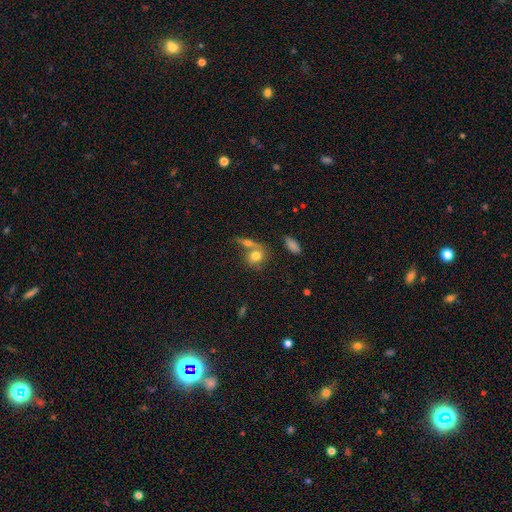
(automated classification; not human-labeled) Overall: smooth (73%). How rounded: round (56%; in between 41%). Merging: none (43%; merger 40%).